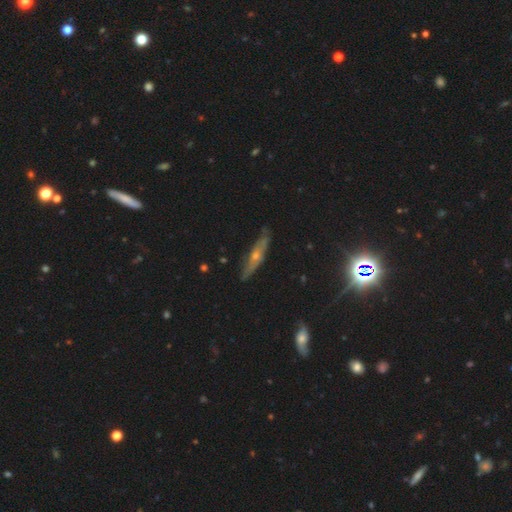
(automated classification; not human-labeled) The model was most divided on "smooth or featured": featured or disk: 63%, smooth: 24%, star or artifact: 13%. More confident: edge-on bulge — rounded (85%); merging — none (81%); edge-on disk — yes (80%).